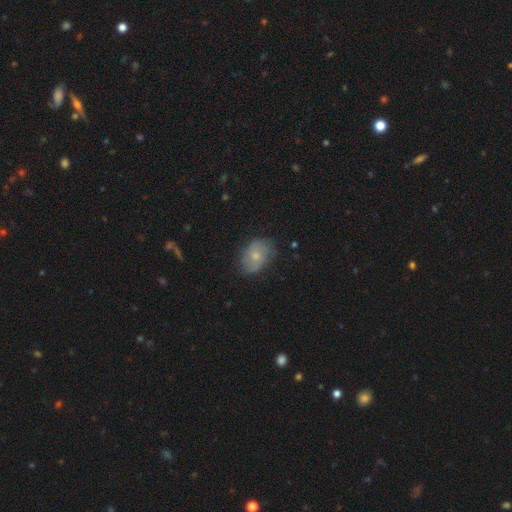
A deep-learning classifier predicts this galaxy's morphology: This is possibly a smooth galaxy (56%). How rounded: likely in between (73%). Merging: likely none (72%).